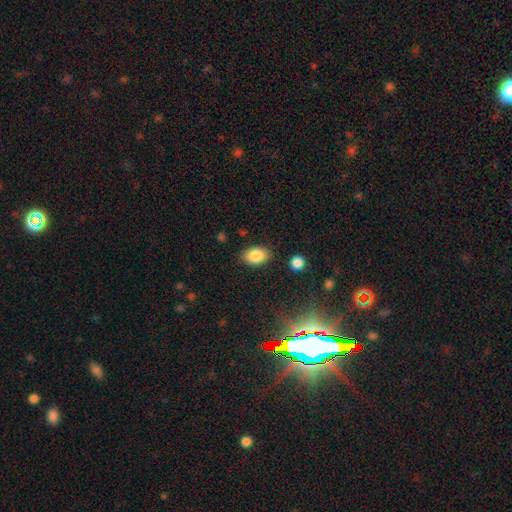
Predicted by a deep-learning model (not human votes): Smooth or featured?
  - smooth: 86% *
  - star or artifact: 8%
  - featured or disk: 6%
How rounded?
  - in between: 83% *
  - round: 16%
  - cigar-shaped: 1%
Merging?
  - none: 84% *
  - minor disturbance: 11%
  - major disturbance: 3%
  - merger: 2%